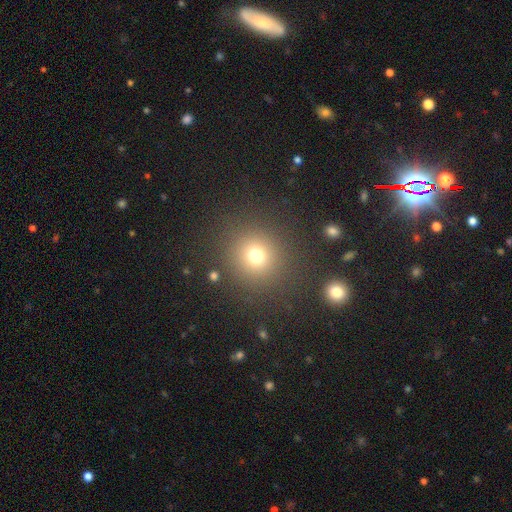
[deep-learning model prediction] smooth-or-featured: smooth: 73% | star or artifact: 19% | featured or disk: 9%
  how-rounded: round: 93% | in between: 6% | cigar-shaped: 1%
  merging: none: 86% | minor disturbance: 7% | major disturbance: 4% | merger: 3%